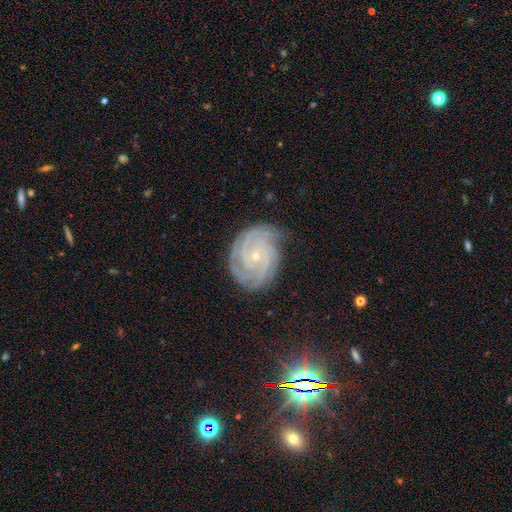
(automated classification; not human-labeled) smooth-or-featured: featured or disk: 88% | star or artifact: 7% | smooth: 5%
  disk-edge-on: no: 98% | yes: 2%
    bar: no: 72% | weak: 20% | strong: 7%
    has-spiral-arms: yes: 98% | no: 2%
      spiral-winding: tight: 81% | medium: 17% | loose: 2%
      spiral-arm-count: 3: 36% | 4: 20% | 2: 18% | can't tell: 13% | more than 4: 7% | 1: 6%
    bulge-size: small: 82% | moderate: 15% | none: 1% | large: 1% | dominant: 1%
  merging: none: 76% | minor disturbance: 18% | major disturbance: 5% | merger: 1%